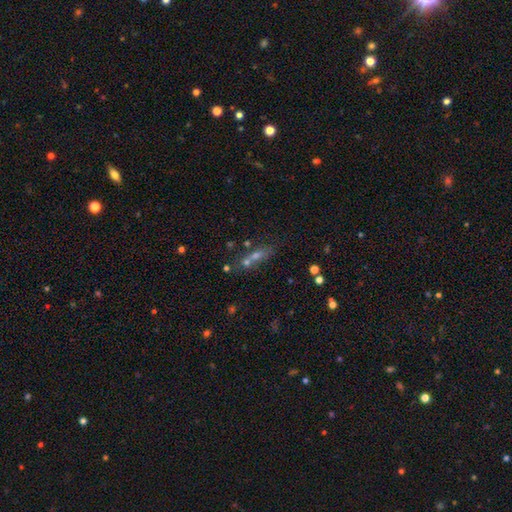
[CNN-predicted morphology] Smooth or featured? smooth (49%)
Merging? none (47%)